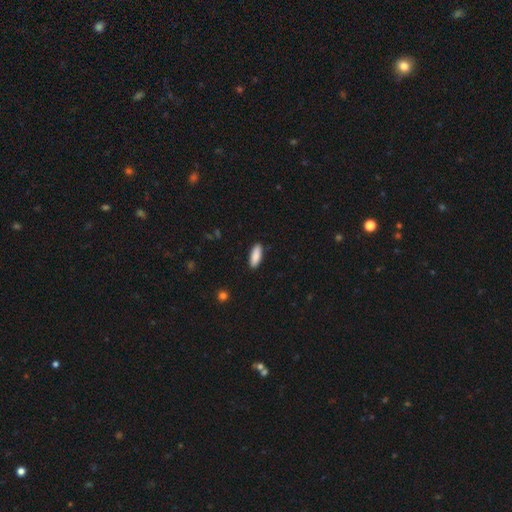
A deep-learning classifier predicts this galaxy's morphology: Smooth or featured? smooth (89%)
How rounded? in between (64%)
Merging? none (89%)